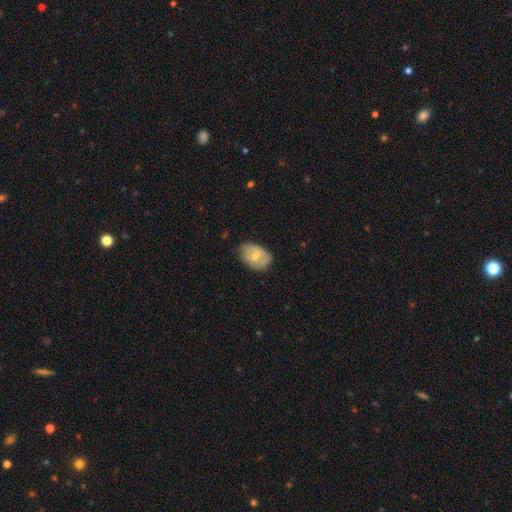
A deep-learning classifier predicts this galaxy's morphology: This is likely a smooth galaxy (63%). How rounded: clearly in between (82%). Merging: likely none (63%).